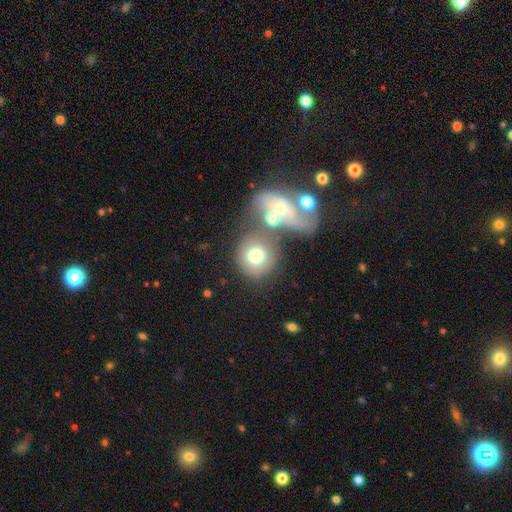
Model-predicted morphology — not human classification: Overall: smooth (70%). How rounded: round (83%). Merging: none (48%; merger 31%).